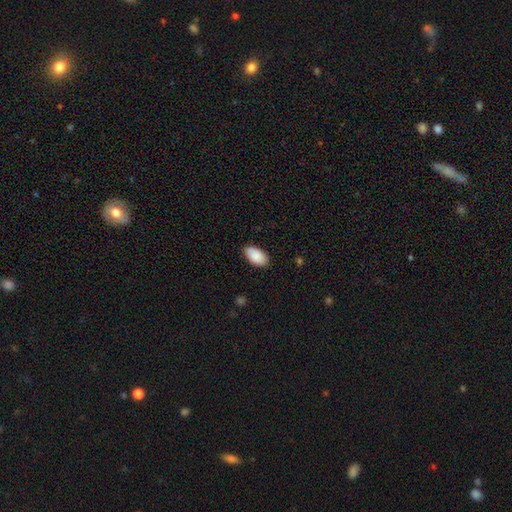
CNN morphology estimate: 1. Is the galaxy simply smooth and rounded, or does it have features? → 90% smooth, 6% star or artifact, 4% featured or disk.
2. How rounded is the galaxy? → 95% in between, 3% round, 2% cigar-shaped.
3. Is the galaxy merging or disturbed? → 84% none, 13% minor disturbance, 2% major disturbance, 1% merger.